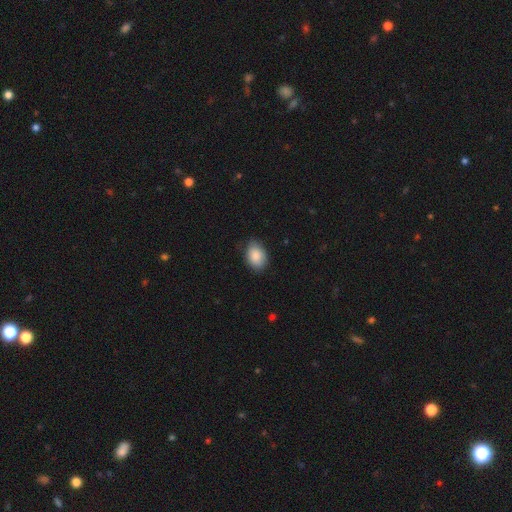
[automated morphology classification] smooth_or_featured: smooth (p=0.87) [alt: star or artifact p=0.07]
how_rounded: in between (p=0.82) [alt: round p=0.17]
merging: none (p=0.78) [alt: minor disturbance p=0.18]